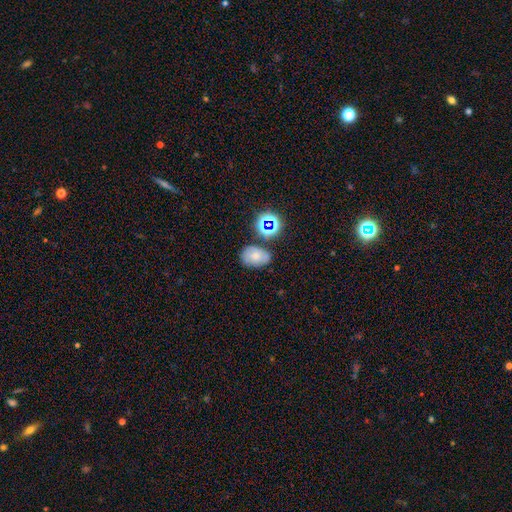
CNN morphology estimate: Overall: smooth (60%; featured or disk 23%). How rounded: in between (76%). Merging: none (65%).